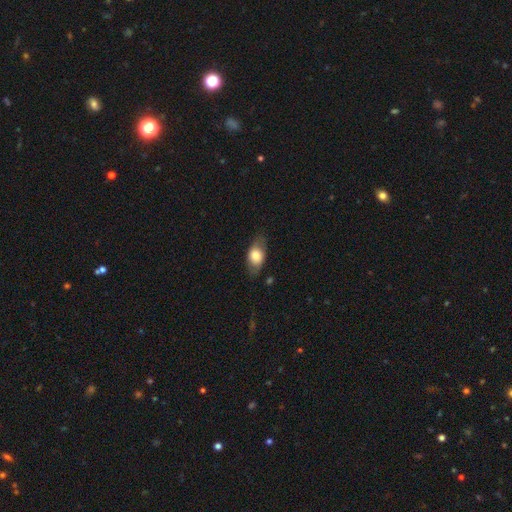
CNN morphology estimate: Smooth or featured? smooth (69%)
How rounded? in between (82%)
Merging? none (75%)